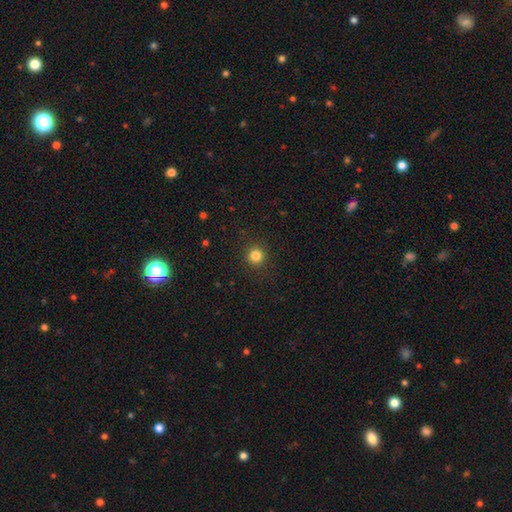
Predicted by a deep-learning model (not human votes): This appears to be a smooth galaxy with no disk features (83%) that is round (95%). Merging: none (91%).